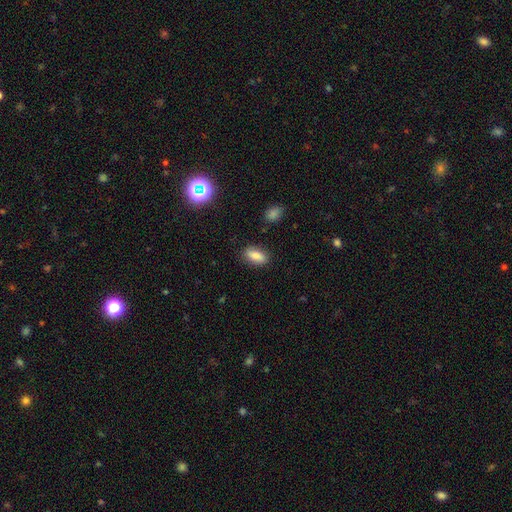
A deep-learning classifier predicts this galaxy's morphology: The model was most divided on "smooth or featured": smooth: 83%, featured or disk: 9%, star or artifact: 8%. More confident: how rounded — in between (85%); merging — none (85%).